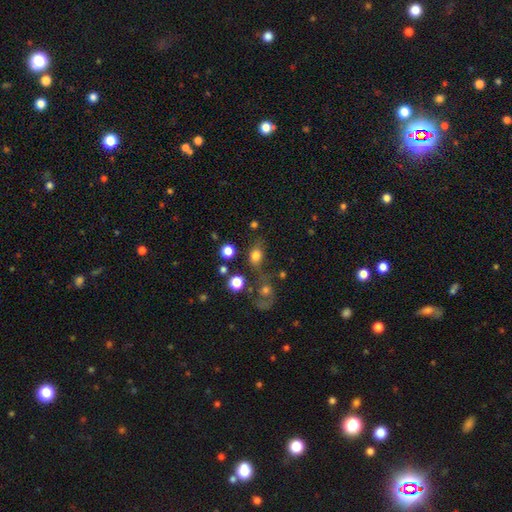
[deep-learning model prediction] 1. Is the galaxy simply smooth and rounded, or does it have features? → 79% smooth, 13% star or artifact, 9% featured or disk.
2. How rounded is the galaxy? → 50% round, 48% in between, 2% cigar-shaped.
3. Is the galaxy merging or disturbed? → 54% none, 18% minor disturbance, 17% merger, 12% major disturbance.